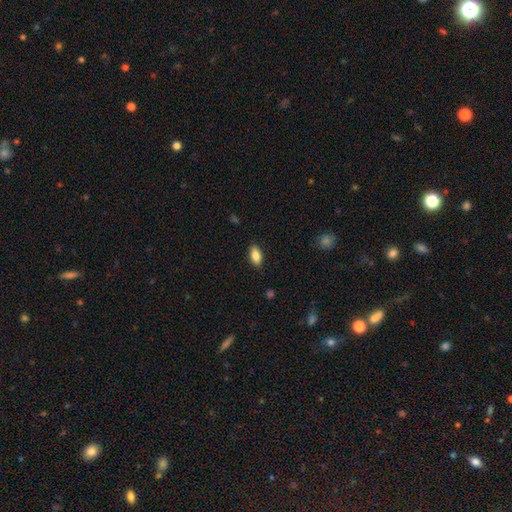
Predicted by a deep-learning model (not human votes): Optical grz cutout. It shows a smooth galaxy with no disk features (86%) that is in between round and cigar-shaped (90%). Merging: none (87%).